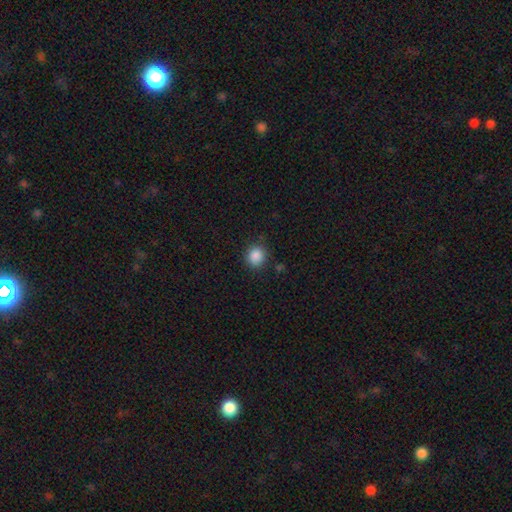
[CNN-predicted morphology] The model was most divided on "how rounded": round: 85%, in between: 14%, cigar-shaped: 1%. More confident: smooth or featured — smooth (87%); merging — none (87%).